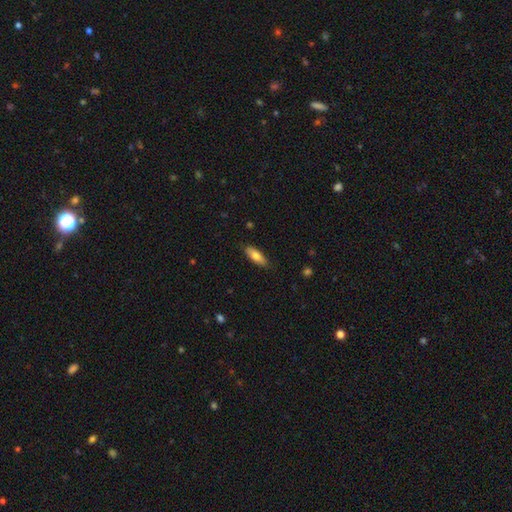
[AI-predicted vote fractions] Morphology: type=smooth (75%); roundness=in between (66%); merging=none (85%).